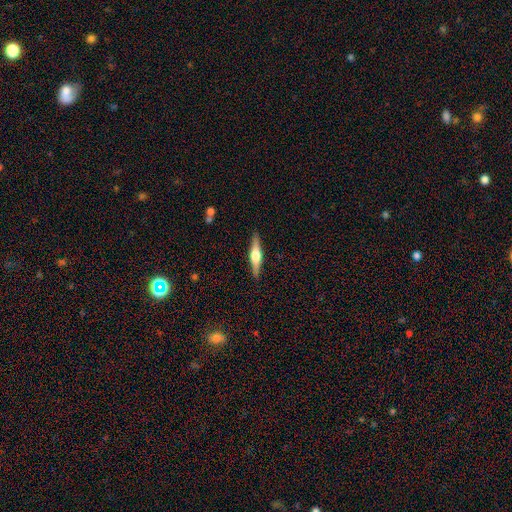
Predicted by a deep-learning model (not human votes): A featured or disk galaxy (66%) viewed edge-on (97%) with a rounded central bulge (92%). Merging: none (90%).